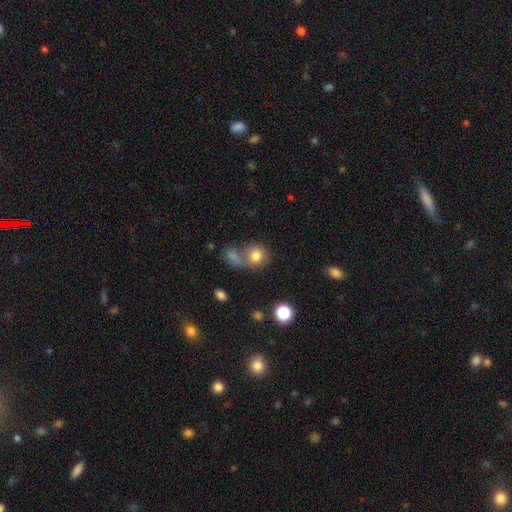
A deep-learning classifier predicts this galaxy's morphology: type=smooth (78%); roundness=round (70%); merging=merger (46%).